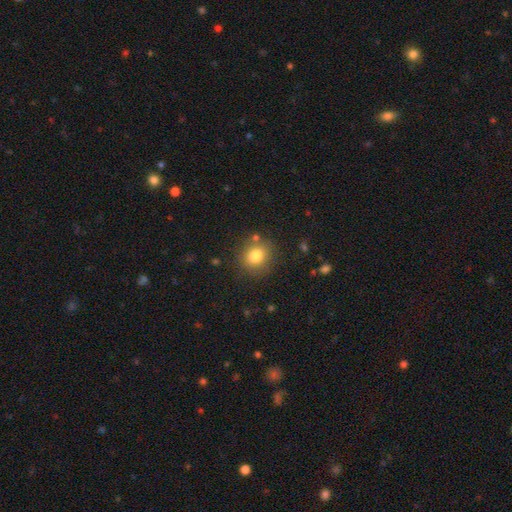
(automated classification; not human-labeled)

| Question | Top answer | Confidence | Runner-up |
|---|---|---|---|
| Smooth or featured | smooth | 81% | star or artifact (11%) |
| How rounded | round | 79% | in between (20%) |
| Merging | none | 81% | minor disturbance (11%) |